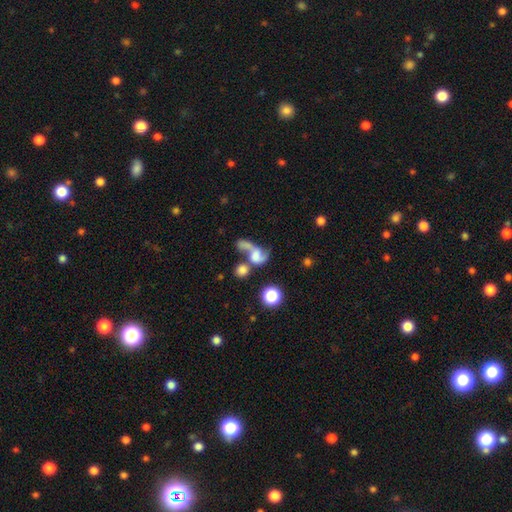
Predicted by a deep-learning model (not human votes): Smooth or featured? featured or disk (56%)
Edge-on disk? no (96%)
Bar? no (62%)
Spiral arms? yes (77%)
Bulge size? none (28%)
Merging? merger (49%)